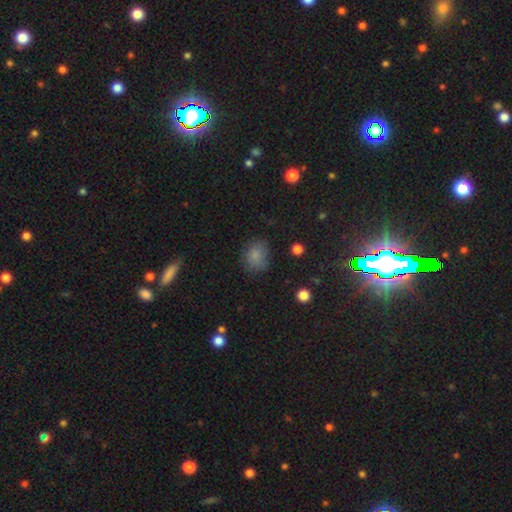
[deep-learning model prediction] This appears to be a smooth galaxy with no disk features (80%) that is round (60%). Merging: none (69%).